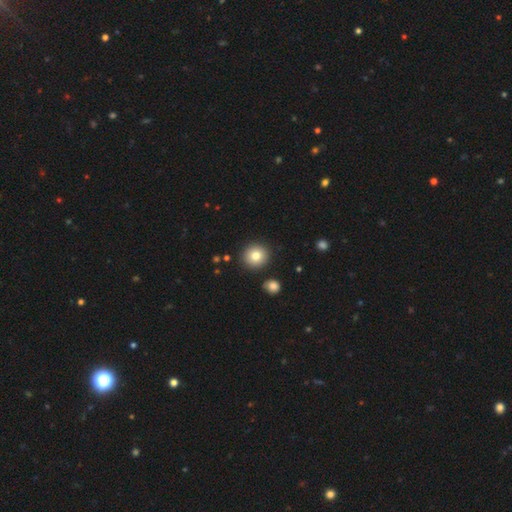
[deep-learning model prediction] The model was most divided on "smooth or featured": smooth: 82%, star or artifact: 9%, featured or disk: 9%. More confident: how rounded — round (93%); merging — none (90%).